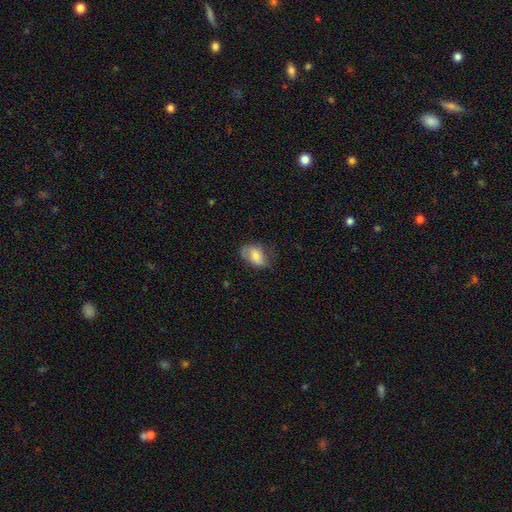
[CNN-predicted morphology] Smooth or featured? smooth (69%)
How rounded? in between (85%)
Merging? none (57%)